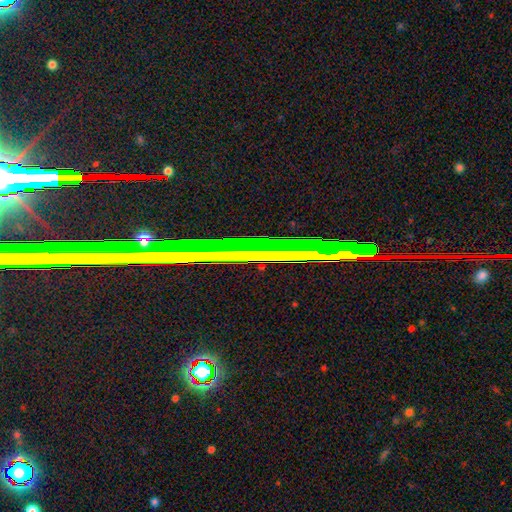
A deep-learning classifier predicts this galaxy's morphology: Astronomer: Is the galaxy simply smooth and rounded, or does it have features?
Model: star or artifact — 77%.